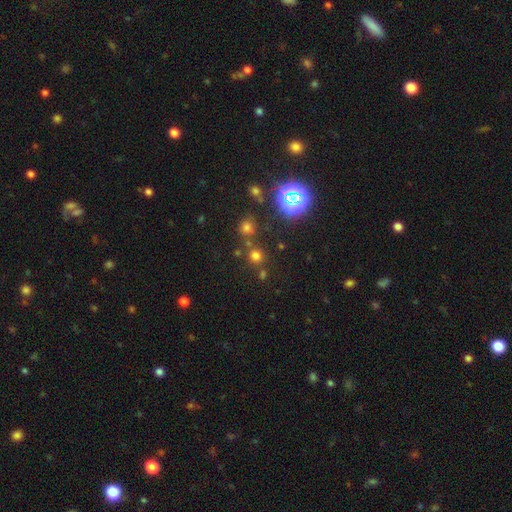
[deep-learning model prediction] smooth 60%, star or artifact 33%, featured or disk 7%. Down the decision tree: how rounded — round (91%); merging — none (76%).